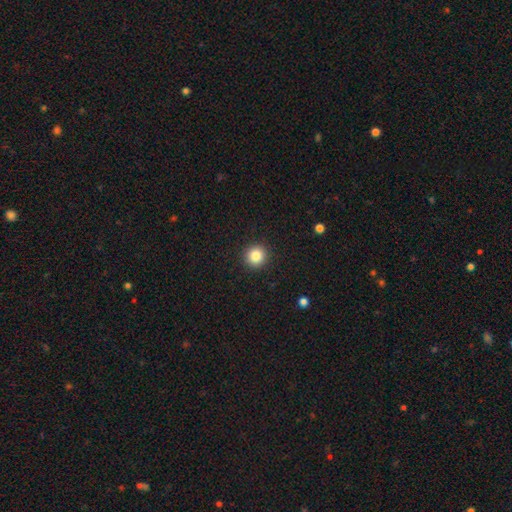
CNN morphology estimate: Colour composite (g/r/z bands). It shows a smooth galaxy with no disk features (85%) that is round (94%). Merging: none (92%).